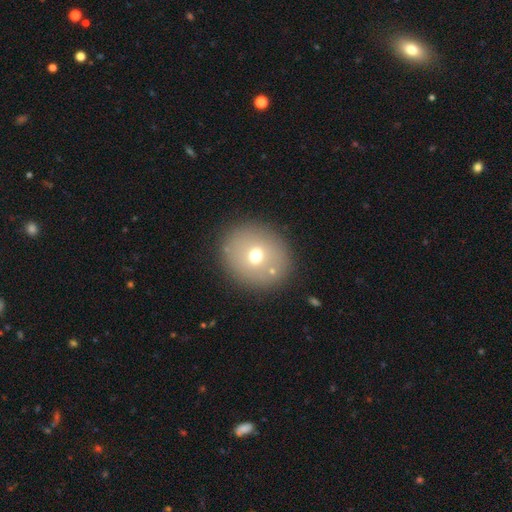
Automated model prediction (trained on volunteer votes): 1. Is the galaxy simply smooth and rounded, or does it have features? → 66% smooth, 20% featured or disk, 15% star or artifact.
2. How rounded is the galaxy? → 84% round, 15% in between, 1% cigar-shaped.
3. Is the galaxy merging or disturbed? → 85% none, 7% minor disturbance, 5% merger, 3% major disturbance.